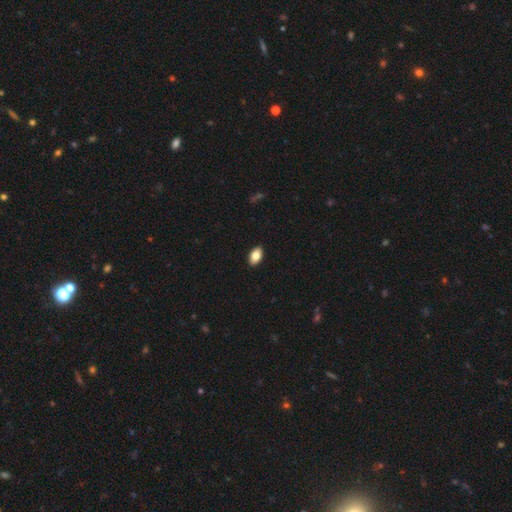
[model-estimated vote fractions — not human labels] smooth 83%, featured or disk 10%, star or artifact 7%. Down the decision tree: how rounded — in between (92%); merging — none (91%).